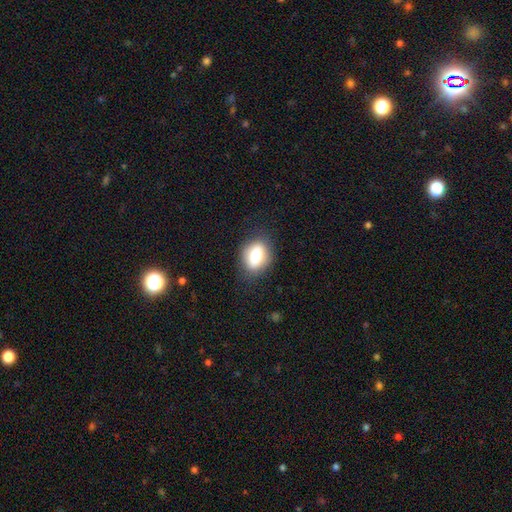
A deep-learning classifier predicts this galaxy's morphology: Smooth or featured? Predicted: smooth (p=0.82). How rounded? Predicted: in between (p=0.79). Merging? Predicted: none (p=0.80).